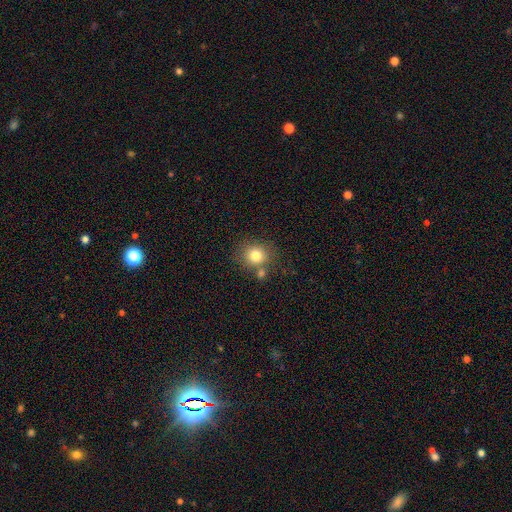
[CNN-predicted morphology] The model was most divided on "merging": none: 69%, merger: 16%, minor disturbance: 11%, major disturbance: 4%. More confident: how rounded — round (81%); smooth or featured — smooth (80%).